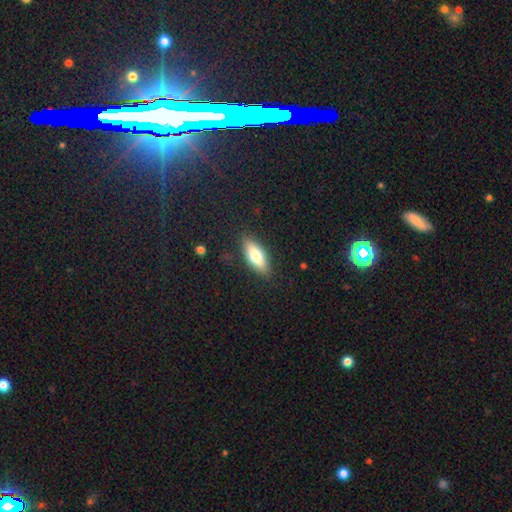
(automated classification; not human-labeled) Smooth or featured: smooth — 74% (featured or disk — 19%)
How rounded: in between — 71% (cigar-shaped — 27%)
Merging: none — 85% (minor disturbance — 11%)